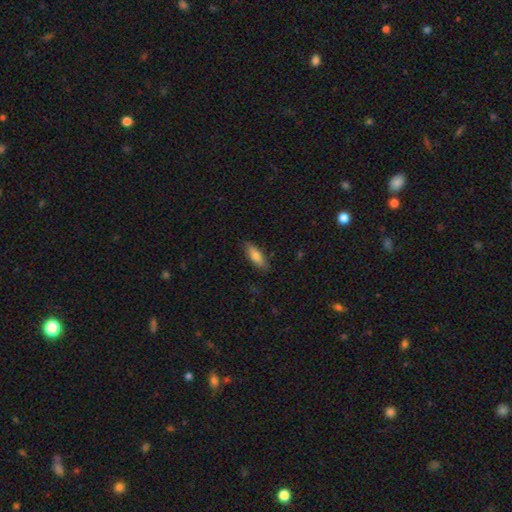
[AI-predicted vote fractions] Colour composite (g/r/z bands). It shows a smooth galaxy with no disk features (77%) that is in between round and cigar-shaped (55%). Merging: none (86%).